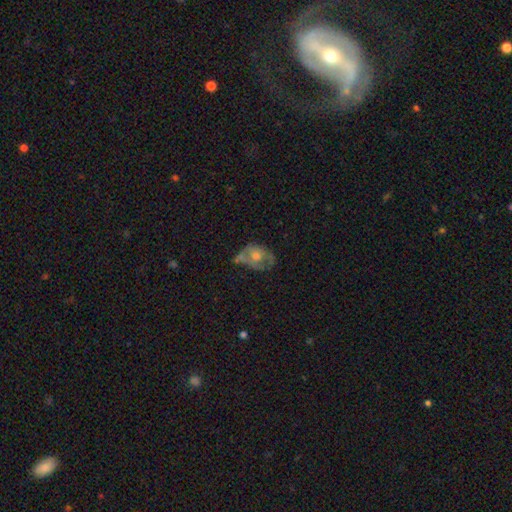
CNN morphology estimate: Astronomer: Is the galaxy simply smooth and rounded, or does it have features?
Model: featured or disk — 53% (runner-up: smooth, 37%).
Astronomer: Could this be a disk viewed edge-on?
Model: no — 95%.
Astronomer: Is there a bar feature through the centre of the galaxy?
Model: no — 86%.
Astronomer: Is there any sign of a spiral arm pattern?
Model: no — 70%.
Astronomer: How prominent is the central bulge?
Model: moderate — 64%.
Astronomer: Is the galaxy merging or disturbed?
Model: none — 39% (runner-up: minor disturbance, 28%).